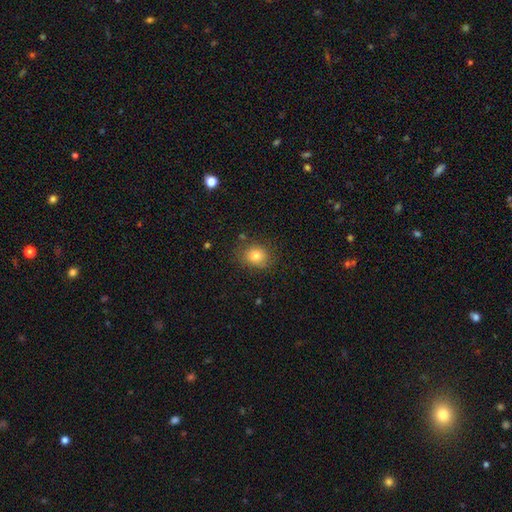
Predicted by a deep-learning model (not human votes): smooth-or-featured: smooth: 79% | star or artifact: 12% | featured or disk: 9%
  how-rounded: round: 69% | in between: 30% | cigar-shaped: 1%
  merging: none: 81% | minor disturbance: 13% | major disturbance: 4% | merger: 2%